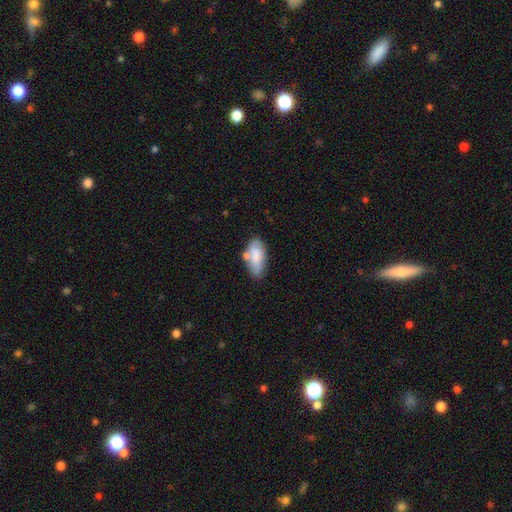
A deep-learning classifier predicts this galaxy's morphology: A smooth galaxy with no disk features (76%) that is in between round and cigar-shaped (88%). Merging: none (54%).